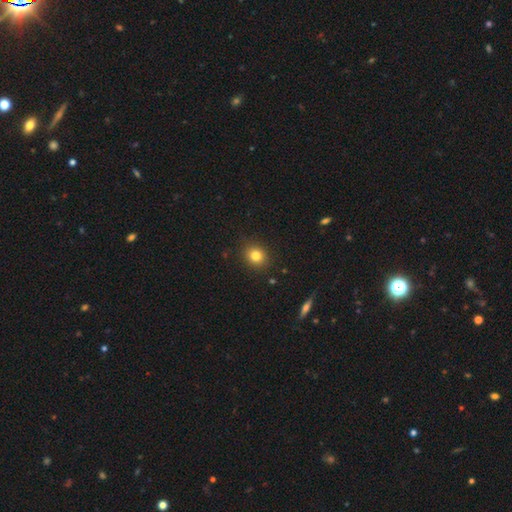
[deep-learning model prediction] Smooth or featured? Predicted: smooth (p=0.81). How rounded? Predicted: round (p=0.75). Merging? Predicted: none (p=0.88).